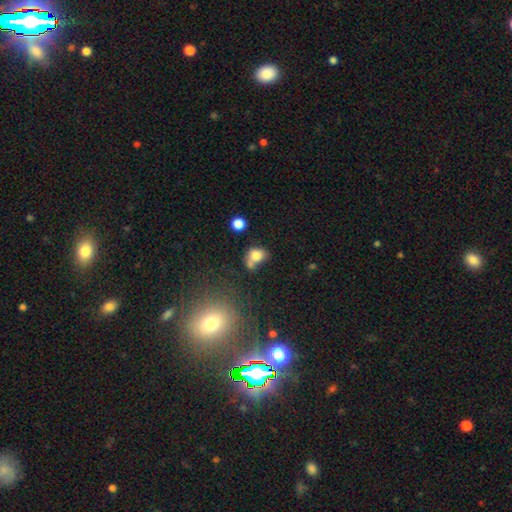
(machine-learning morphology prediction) Overall: smooth (77%). How rounded: in between (55%; round 44%). Merging: merger (39%; none 33%).